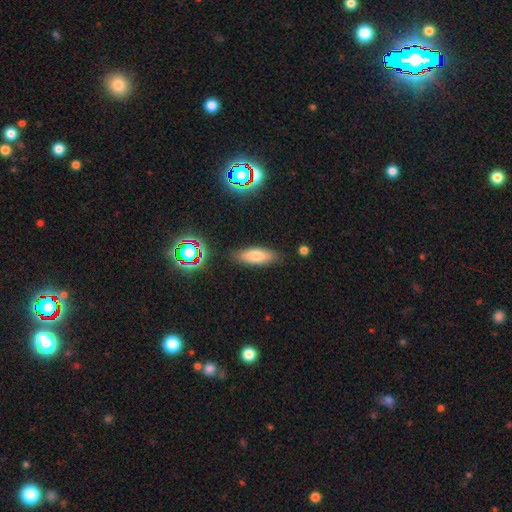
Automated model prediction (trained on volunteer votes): smooth 74%, featured or disk 15%, star or artifact 10%. Down the decision tree: how rounded — in between (69%); merging — none (84%).